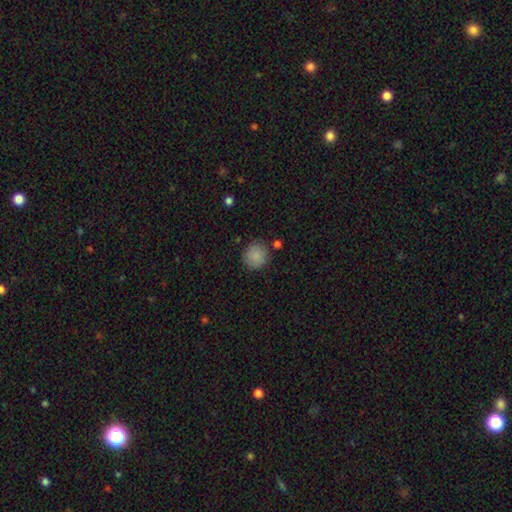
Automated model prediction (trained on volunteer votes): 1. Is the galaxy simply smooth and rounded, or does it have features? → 87% smooth, 8% star or artifact, 5% featured or disk.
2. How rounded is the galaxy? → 89% round, 10% in between, 1% cigar-shaped.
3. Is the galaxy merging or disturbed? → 83% none, 11% minor disturbance, 4% merger, 3% major disturbance.